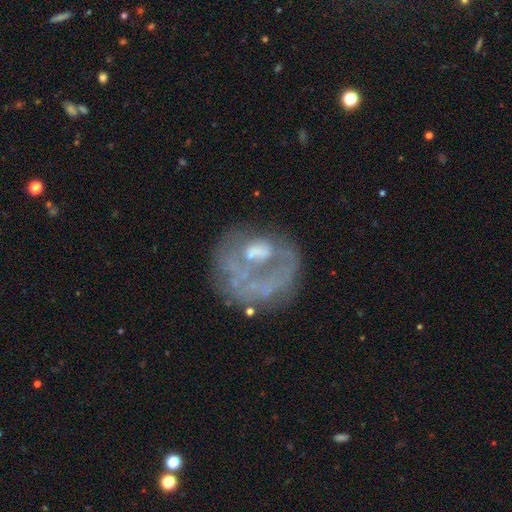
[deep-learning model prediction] Overall: featured or disk (62%; smooth 26%). Edge-on disk: no (98%). Bar: no (84%). Spiral arms: no (80%). Bulge size: none (46%; moderate 27%). Merging: none (41%; major disturbance 33%).